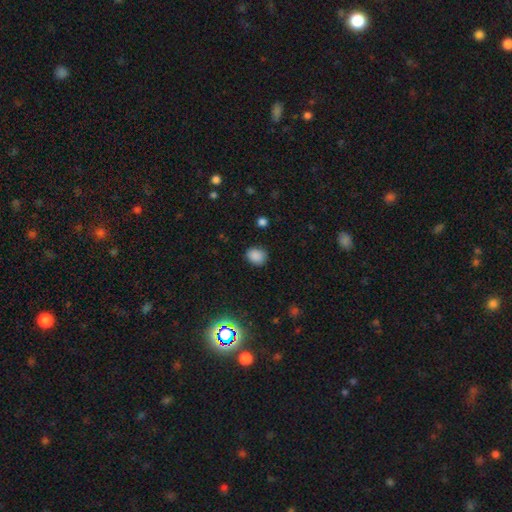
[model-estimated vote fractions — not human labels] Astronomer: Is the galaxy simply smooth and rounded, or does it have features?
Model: smooth — 84%.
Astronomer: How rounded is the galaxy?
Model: round — 55% (runner-up: in between, 44%).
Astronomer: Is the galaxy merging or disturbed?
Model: none — 82%.